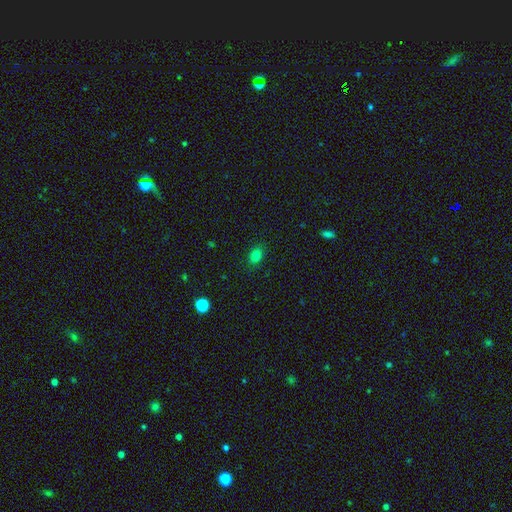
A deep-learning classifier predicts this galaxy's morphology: The model was most divided on "how rounded": in between: 71%, round: 28%, cigar-shaped: 1%. More confident: merging — none (86%); smooth or featured — smooth (81%).